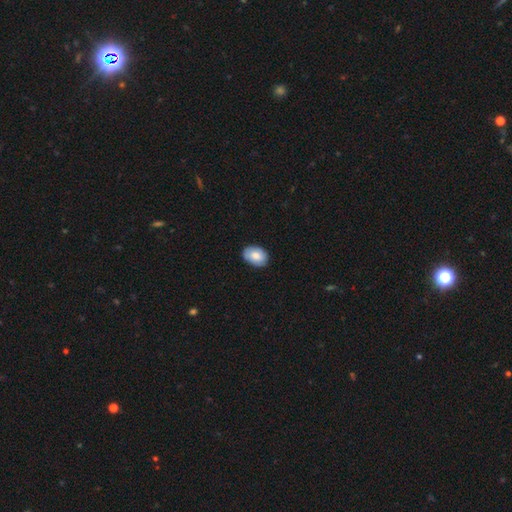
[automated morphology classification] Smooth or featured?
  - smooth: 81% *
  - featured or disk: 12%
  - star or artifact: 7%
How rounded?
  - in between: 81% *
  - round: 18%
  - cigar-shaped: 1%
Merging?
  - none: 82% *
  - minor disturbance: 15%
  - major disturbance: 2%
  - merger: 1%